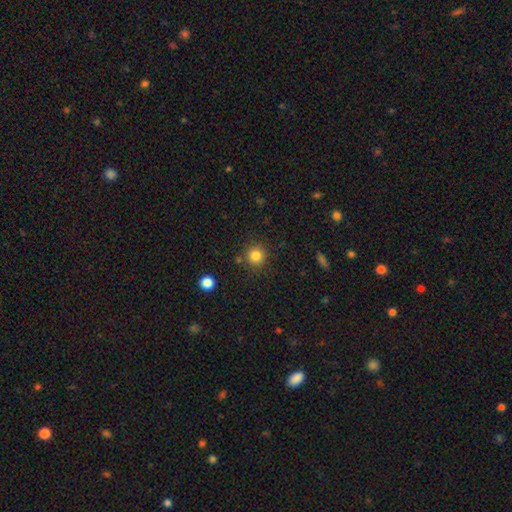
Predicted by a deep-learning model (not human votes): This is clearly a smooth galaxy (83%). How rounded: clearly round (93%). Merging: clearly none (85%).